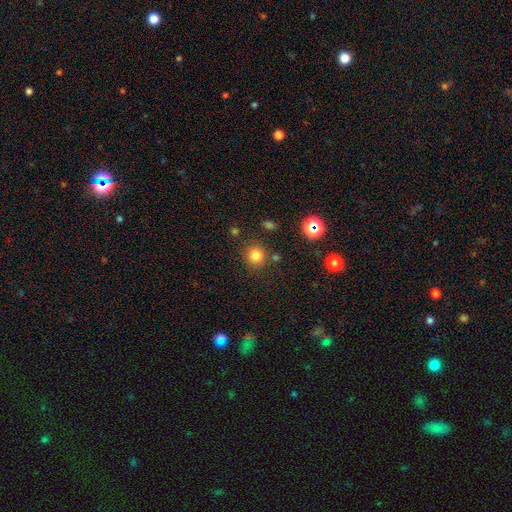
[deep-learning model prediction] Morphology: type=smooth (80%); roundness=round (88%); merging=none (82%).